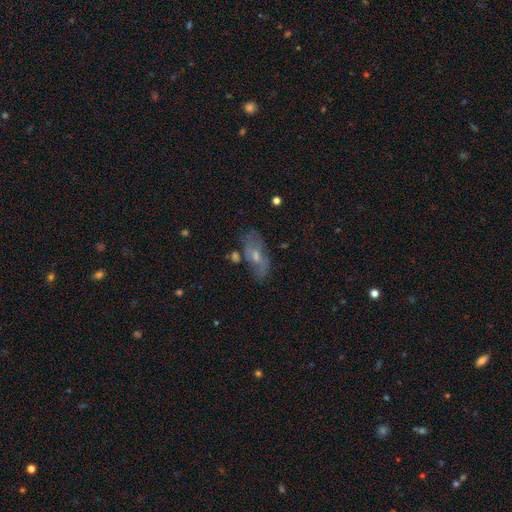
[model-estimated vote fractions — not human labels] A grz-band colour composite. It shows a featured or disk galaxy (52%). Merging: none (63%).